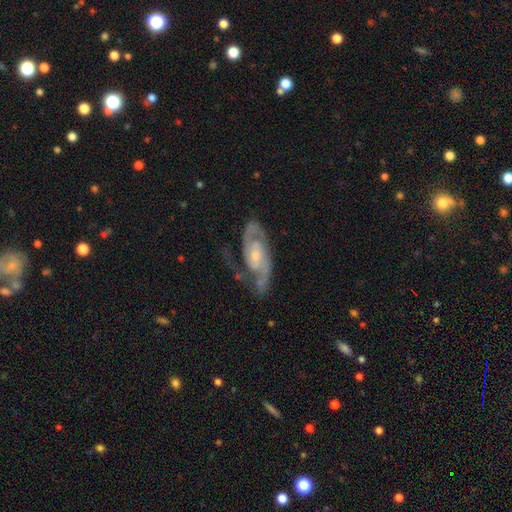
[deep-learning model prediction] This appears to be a featured or disk galaxy (88%) with no bar (51%), 2 (85%) medium (48%) spiral arms (96%) and a small central bulge (58%). Merging: none (65%).